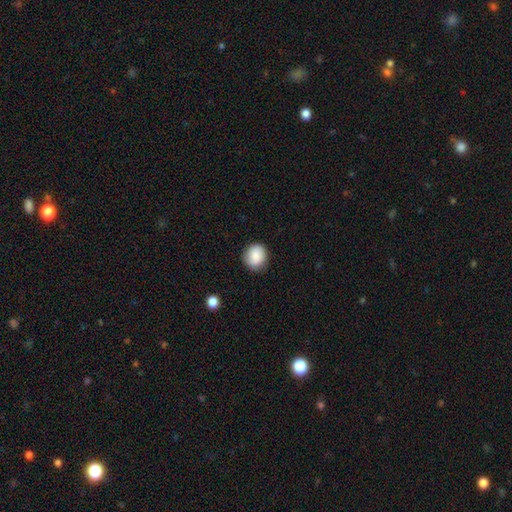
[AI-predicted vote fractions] smooth 86%, star or artifact 8%, featured or disk 6%. Down the decision tree: how rounded — round (82%); merging — none (85%).